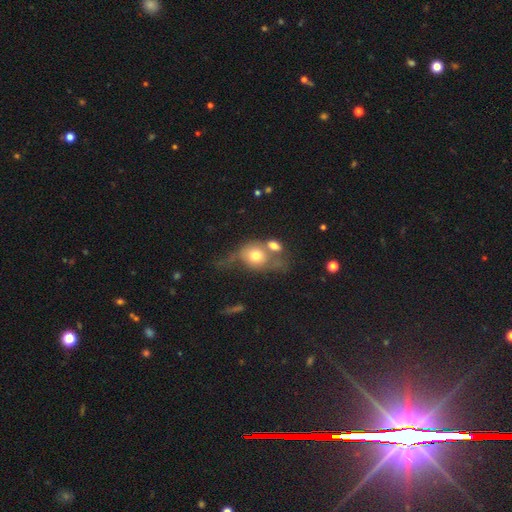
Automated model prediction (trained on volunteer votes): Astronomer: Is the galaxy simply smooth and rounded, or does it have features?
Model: smooth — 63%.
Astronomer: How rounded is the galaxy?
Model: round — 53% (runner-up: in between, 45%).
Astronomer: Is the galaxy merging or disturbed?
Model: merger — 42% (runner-up: none, 22%).